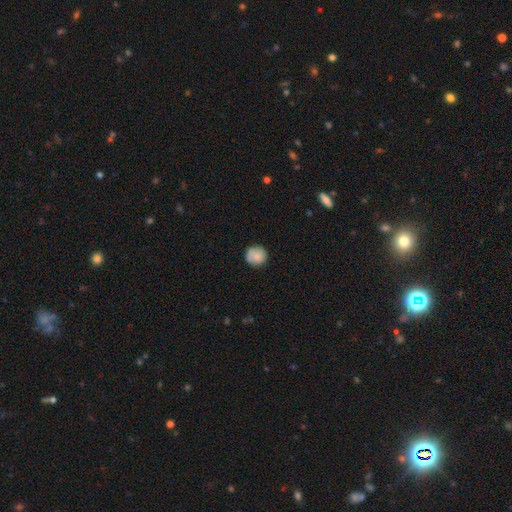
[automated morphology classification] Smooth or featured: smooth — 78% (featured or disk — 15%)
How rounded: round — 92% (in between — 7%)
Merging: none — 80% (minor disturbance — 15%)